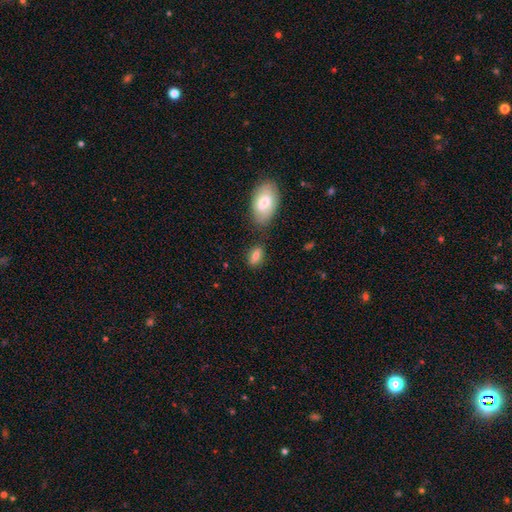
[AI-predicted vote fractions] smooth 74%, featured or disk 17%, star or artifact 9%. Down the decision tree: how rounded — in between (85%); merging — none (70%).